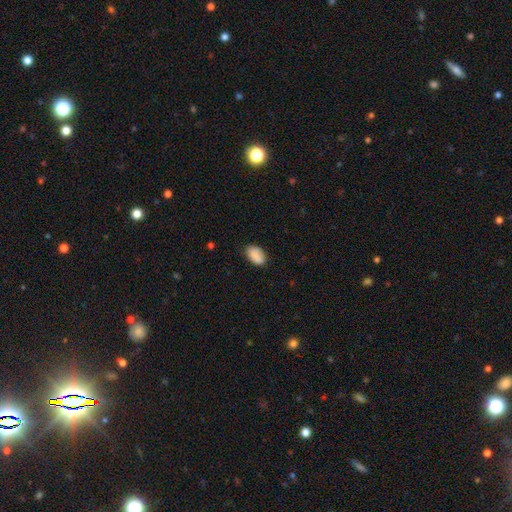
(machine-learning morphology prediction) Q: Smooth or featured?
A: smooth (88%); runner-up: star or artifact (7%)
Q: How rounded?
A: in between (91%); runner-up: round (7%)
Q: Merging?
A: none (79%); runner-up: minor disturbance (16%)